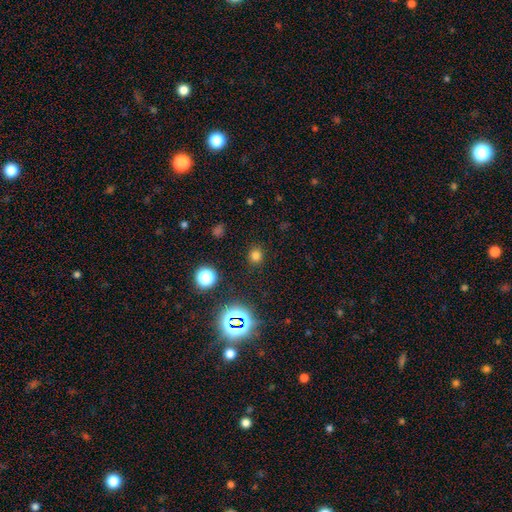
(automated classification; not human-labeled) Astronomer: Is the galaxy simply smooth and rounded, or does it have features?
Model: smooth — 74%.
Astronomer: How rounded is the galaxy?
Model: round — 85%.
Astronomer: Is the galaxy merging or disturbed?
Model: none — 88%.